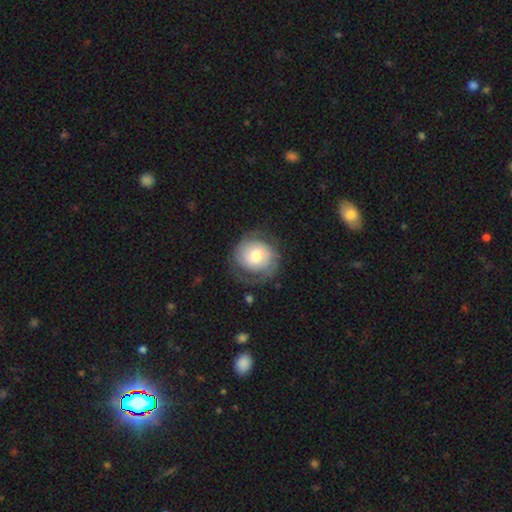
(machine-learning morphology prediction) smooth-or-featured: featured or disk: 59% | smooth: 35% | star or artifact: 7%
  disk-edge-on: no: 98% | yes: 2%
    bar: no: 74% | weak: 22% | strong: 5%
    has-spiral-arms: yes: 85% | no: 15%
    bulge-size: moderate: 54% | small: 22% | large: 19% | dominant: 3% | none: 2%
  merging: none: 63% | minor disturbance: 20% | major disturbance: 15% | merger: 2%